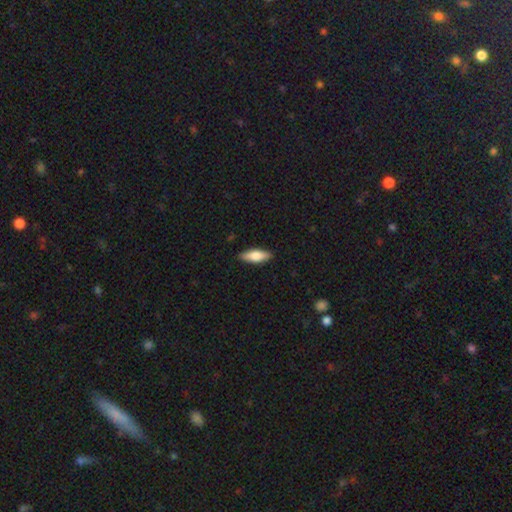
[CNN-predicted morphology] smooth 73%, featured or disk 21%, star or artifact 6%. Down the decision tree: how rounded — in between (68%); merging — none (89%).